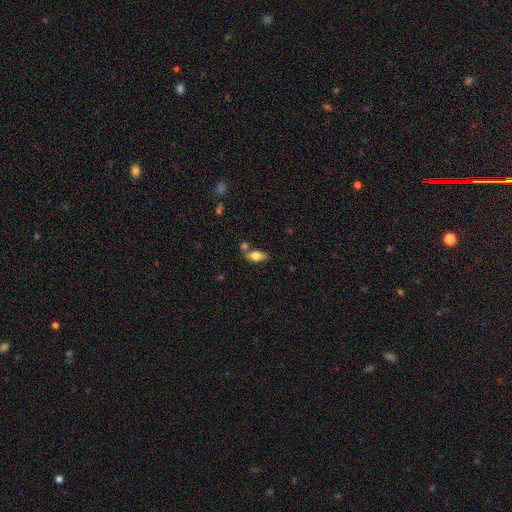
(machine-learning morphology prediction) The model was most divided on "merging": none: 67%, merger: 15%, minor disturbance: 14%, major disturbance: 4%. More confident: how rounded — in between (87%); smooth or featured — smooth (80%).